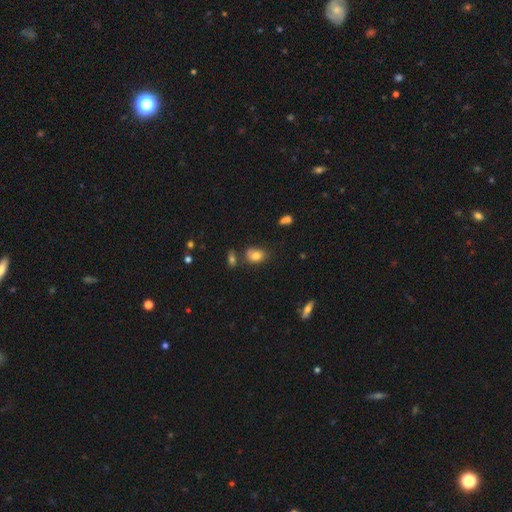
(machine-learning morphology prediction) smooth_or_featured: smooth (p=0.77) [alt: featured or disk p=0.12]
how_rounded: in between (p=0.71) [alt: round p=0.28]
merging: none (p=0.56) [alt: minor disturbance p=0.23]